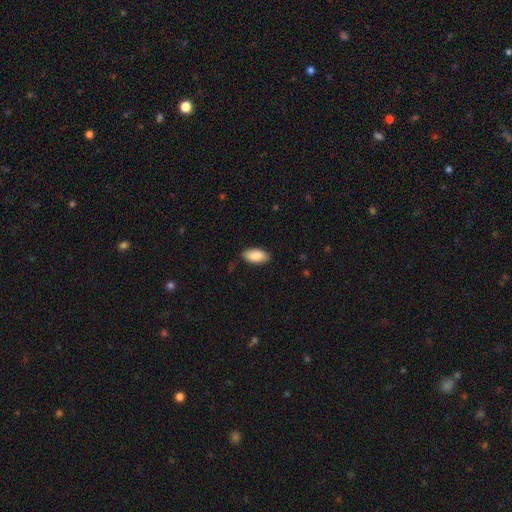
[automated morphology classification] smooth-or-featured: smooth: 87% | featured or disk: 7% | star or artifact: 6%
  how-rounded: in between: 93% | cigar-shaped: 5% | round: 2%
  merging: none: 84% | minor disturbance: 12% | major disturbance: 2% | merger: 1%